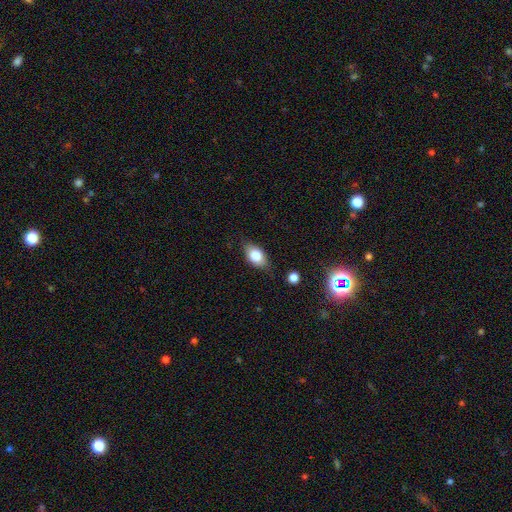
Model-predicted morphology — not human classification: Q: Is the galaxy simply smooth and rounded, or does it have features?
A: smooth — 74%.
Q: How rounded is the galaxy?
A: in between — 85%.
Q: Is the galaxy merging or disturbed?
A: none — 77%.